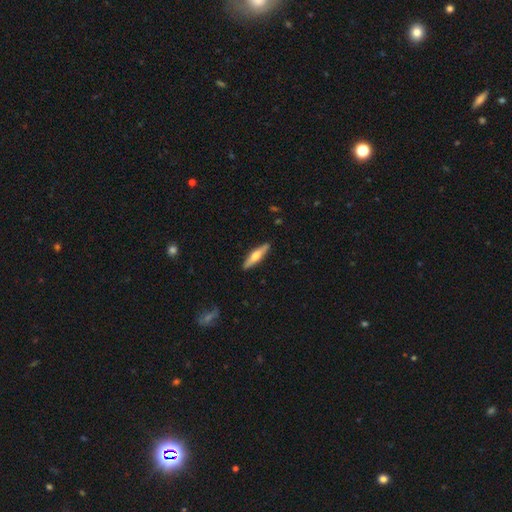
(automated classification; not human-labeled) Overall: featured or disk (49%; smooth 45%). Merging: none (90%).